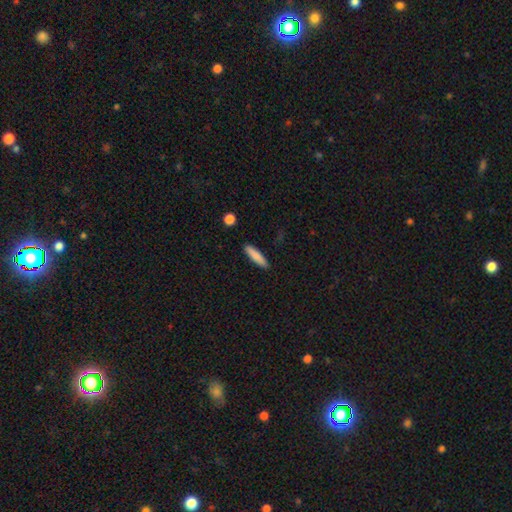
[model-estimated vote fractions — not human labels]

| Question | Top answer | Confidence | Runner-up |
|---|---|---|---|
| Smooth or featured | smooth | 83% | featured or disk (11%) |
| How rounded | cigar-shaped | 78% | in between (20%) |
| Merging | none | 89% | minor disturbance (8%) |